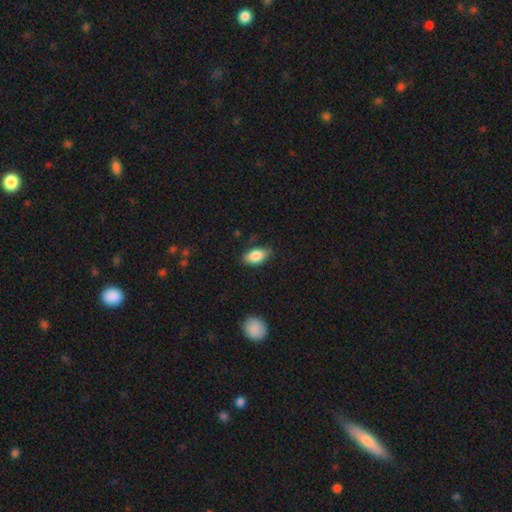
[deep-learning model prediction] Morphology: type=smooth (85%); roundness=in between (91%); merging=none (75%).